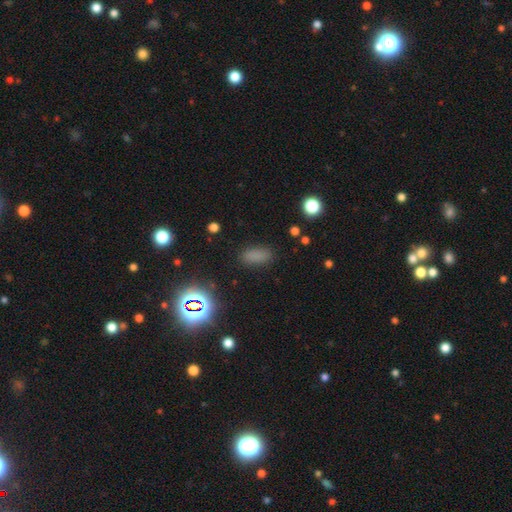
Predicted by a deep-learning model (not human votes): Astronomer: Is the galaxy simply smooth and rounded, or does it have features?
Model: smooth — 75%.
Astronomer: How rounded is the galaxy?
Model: in between — 81%.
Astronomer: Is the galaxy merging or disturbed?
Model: none — 85%.